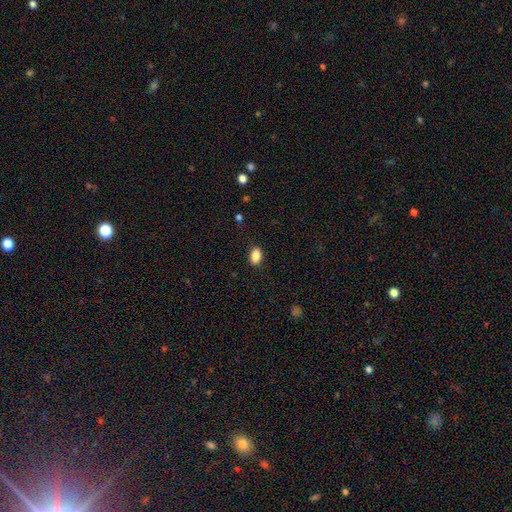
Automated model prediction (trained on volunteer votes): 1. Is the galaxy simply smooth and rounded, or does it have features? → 87% smooth, 9% star or artifact, 5% featured or disk.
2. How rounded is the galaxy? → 88% in between, 9% round, 2% cigar-shaped.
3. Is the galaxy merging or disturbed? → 86% none, 11% minor disturbance, 3% major disturbance, 1% merger.